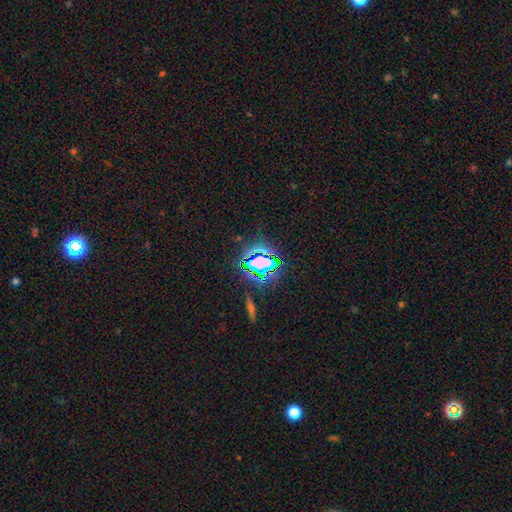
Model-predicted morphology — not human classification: Q: Smooth or featured?
A: star or artifact (74%); runner-up: smooth (17%)